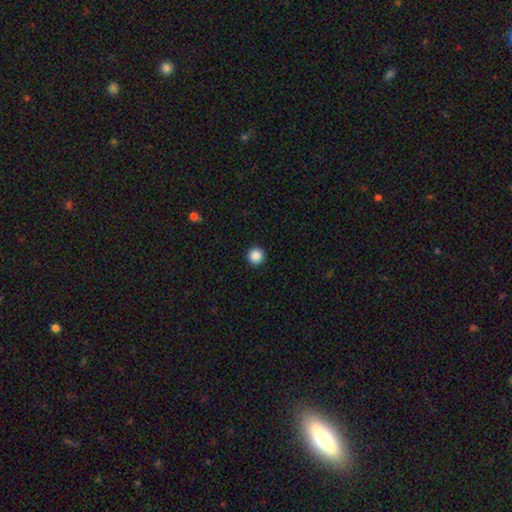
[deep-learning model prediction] A smooth galaxy with no disk features (88%) that is round (97%). Merging: none (93%).